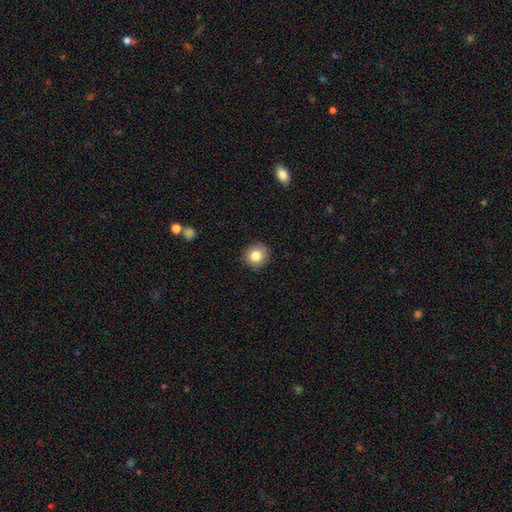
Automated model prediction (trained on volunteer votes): Smooth or featured?
  - smooth: 83% *
  - star or artifact: 10%
  - featured or disk: 7%
How rounded?
  - round: 89% *
  - in between: 10%
  - cigar-shaped: 1%
Merging?
  - none: 89% *
  - minor disturbance: 8%
  - major disturbance: 2%
  - merger: 1%